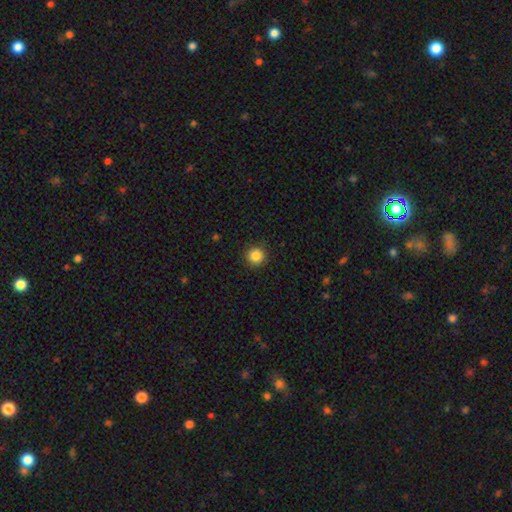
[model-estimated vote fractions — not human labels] A smooth galaxy with no disk features (85%) that is round (95%).

Vote fractions:
- Smooth or featured? smooth: 85% / star or artifact: 11% / featured or disk: 4%
- How rounded? round: 95% / in between: 4% / cigar-shaped: 1%
- Merging? none: 92% / minor disturbance: 6% / major disturbance: 2% / merger: 1%